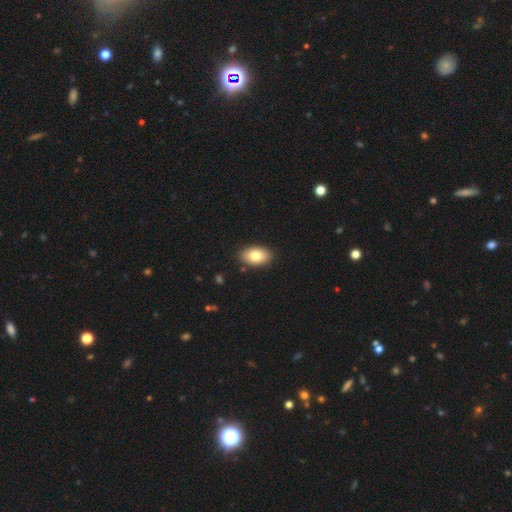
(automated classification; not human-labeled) Overall: smooth (80%). How rounded: in between (91%). Merging: none (89%).